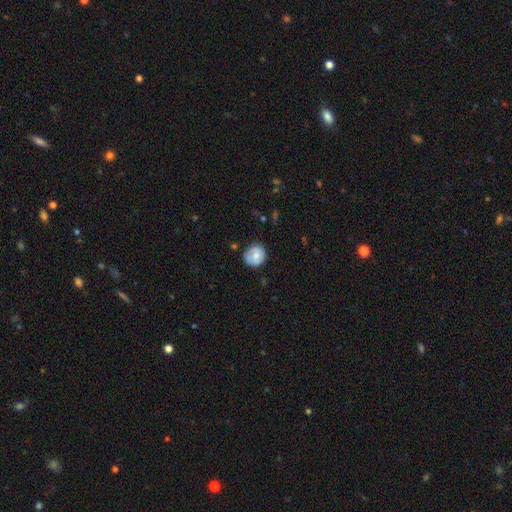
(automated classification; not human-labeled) This appears to be a smooth galaxy with no disk features (60%) that is round (83%). Merging: none (72%).